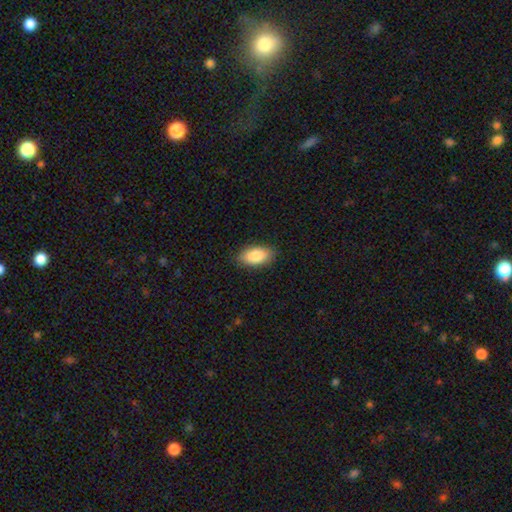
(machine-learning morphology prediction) Q: Smooth or featured?
A: smooth (86%); runner-up: featured or disk (7%)
Q: How rounded?
A: in between (93%); runner-up: round (3%)
Q: Merging?
A: none (87%); runner-up: minor disturbance (10%)